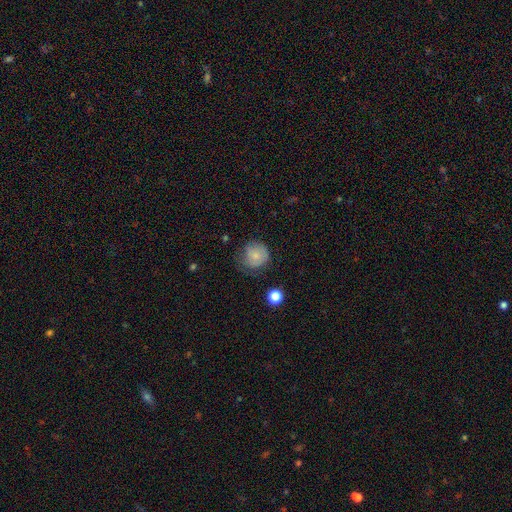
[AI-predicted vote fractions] Overall: smooth (75%). How rounded: round (87%). Merging: none (57%; minor disturbance 29%).